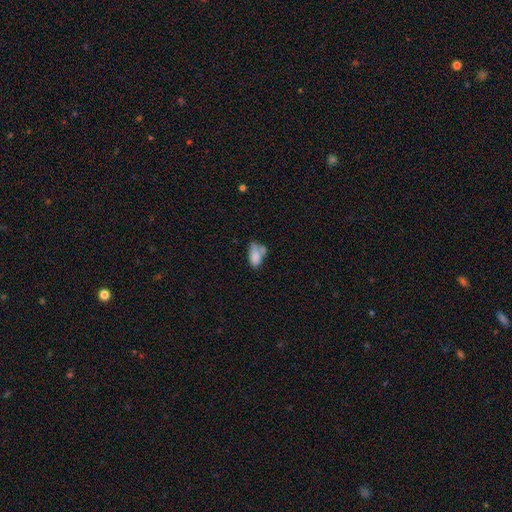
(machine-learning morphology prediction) Q: Smooth or featured?
A: smooth (77%); runner-up: featured or disk (15%)
Q: How rounded?
A: in between (89%); runner-up: cigar-shaped (6%)
Q: Merging?
A: merger (38%); runner-up: none (31%)